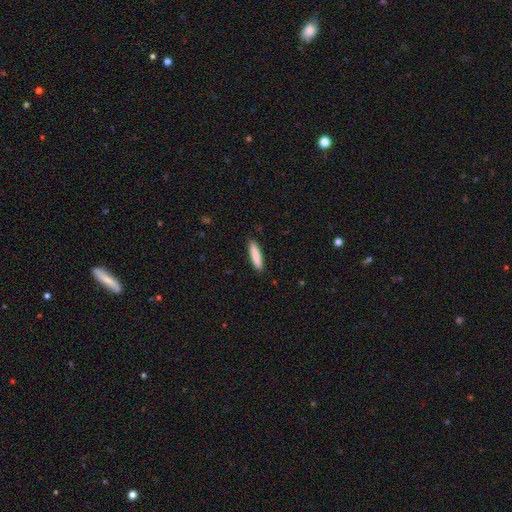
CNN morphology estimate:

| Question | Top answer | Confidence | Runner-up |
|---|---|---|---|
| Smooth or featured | smooth | 85% | featured or disk (9%) |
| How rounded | cigar-shaped | 85% | in between (14%) |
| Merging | none | 90% | minor disturbance (8%) |